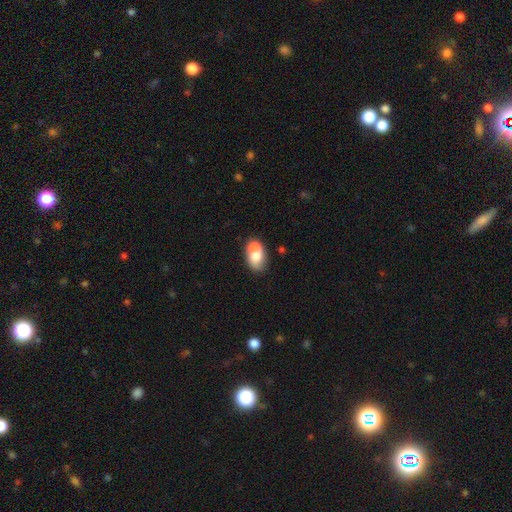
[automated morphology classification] smooth_or_featured: smooth (p=0.68) [alt: featured or disk p=0.25]
how_rounded: in between (p=0.79) [alt: round p=0.19]
merging: merger (p=0.57) [alt: none p=0.28]